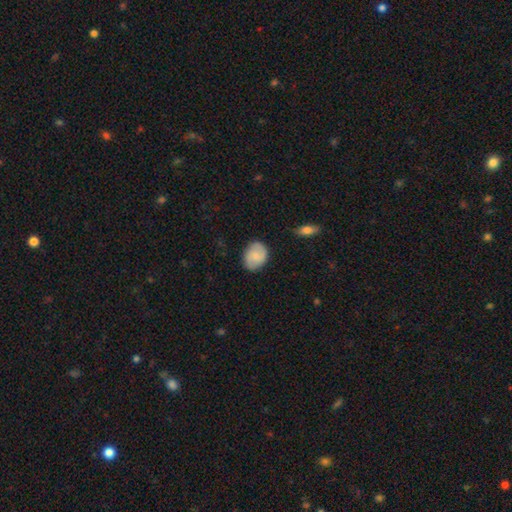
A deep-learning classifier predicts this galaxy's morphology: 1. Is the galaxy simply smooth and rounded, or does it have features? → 72% smooth, 22% featured or disk, 7% star or artifact.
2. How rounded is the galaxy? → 57% in between, 42% round, 1% cigar-shaped.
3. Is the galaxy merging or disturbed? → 82% none, 14% minor disturbance, 3% major disturbance, 1% merger.